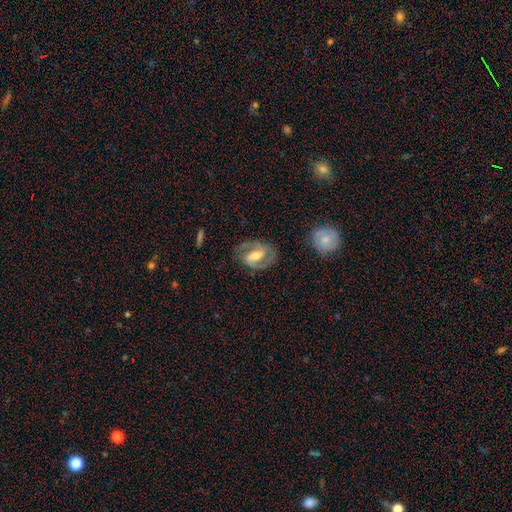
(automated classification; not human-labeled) The model was most divided on "bar": strong: 45%, weak: 41%, no: 14%. More confident: edge-on disk — no (97%); spiral arms — yes (94%); spiral arm count — 2 (89%); smooth or featured — featured or disk (84%); merging — none (77%); bulge size — moderate (63%); spiral winding — medium (55%).